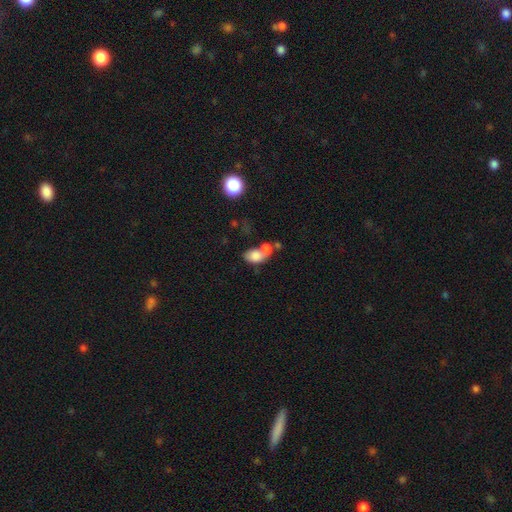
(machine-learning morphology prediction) The model was most divided on "merging": merger: 57%, none: 25%, minor disturbance: 11%, major disturbance: 7%. More confident: how rounded — in between (77%); smooth or featured — smooth (77%).